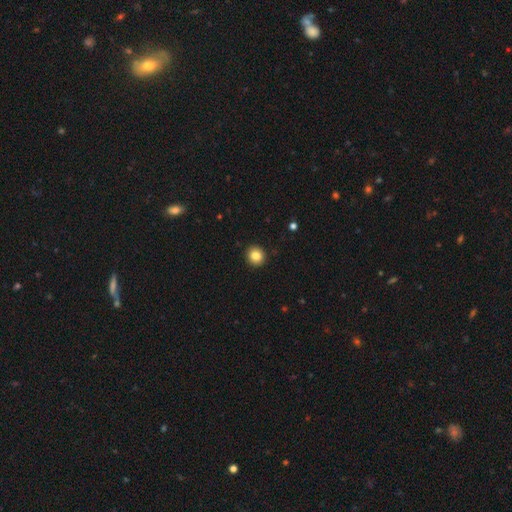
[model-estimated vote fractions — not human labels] A smooth galaxy with no disk features (84%) that is round (89%). Merging: none (92%).